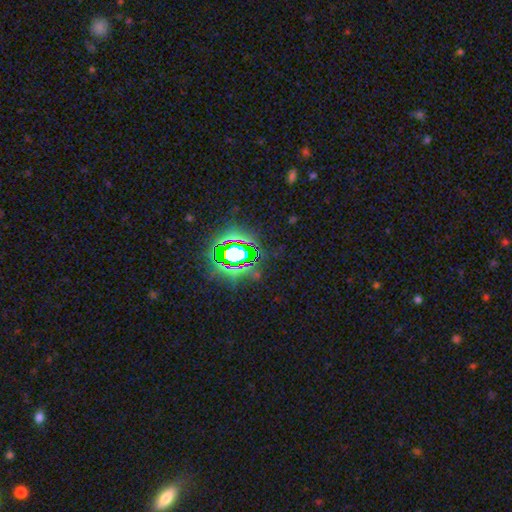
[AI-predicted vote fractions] This is likely a star or artifact rather than a galaxy (79%).